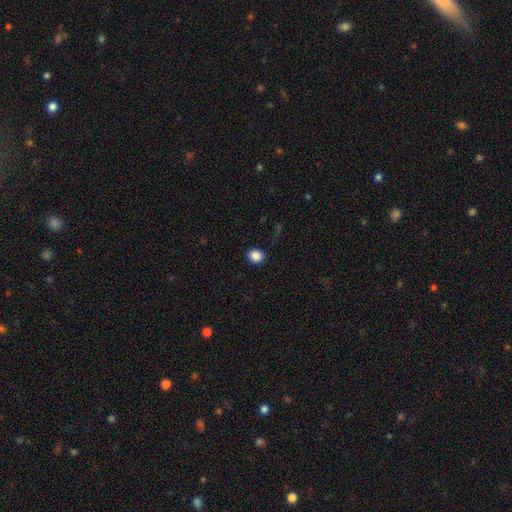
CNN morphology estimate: Smooth or featured? smooth (87%)
How rounded? round (65%)
Merging? none (90%)